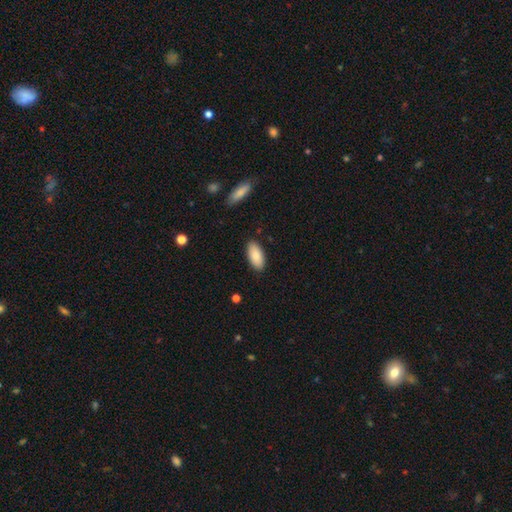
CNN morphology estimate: Overall: smooth (86%). How rounded: in between (90%). Merging: none (88%).